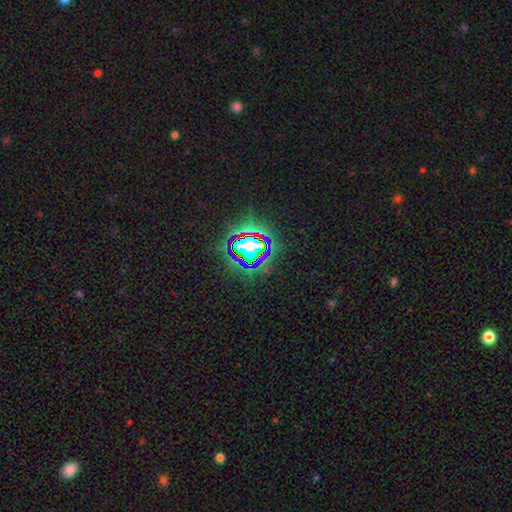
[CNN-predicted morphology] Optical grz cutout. It shows a star or artifact, not a galaxy (76%).